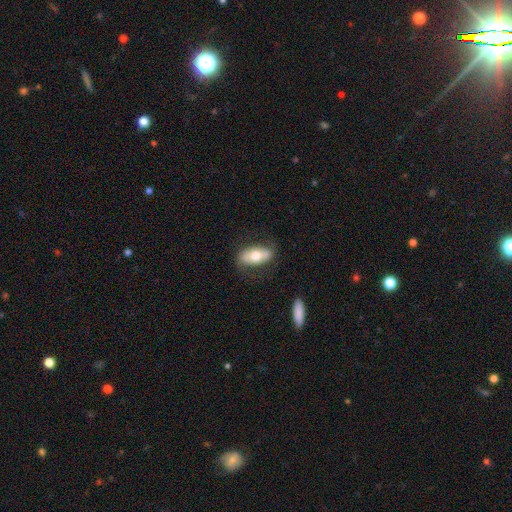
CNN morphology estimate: The model was most divided on "smooth or featured": smooth: 57%, featured or disk: 37%, star or artifact: 6%. More confident: how rounded — in between (89%); merging — none (73%).